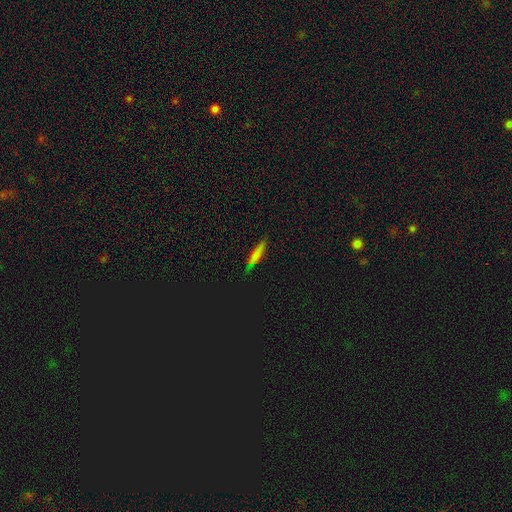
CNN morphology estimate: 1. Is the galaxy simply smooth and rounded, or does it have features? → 68% smooth, 17% featured or disk, 16% star or artifact.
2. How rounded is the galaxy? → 73% cigar-shaped, 24% in between, 3% round.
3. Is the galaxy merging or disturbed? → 77% none, 18% minor disturbance, 3% major disturbance, 2% merger.